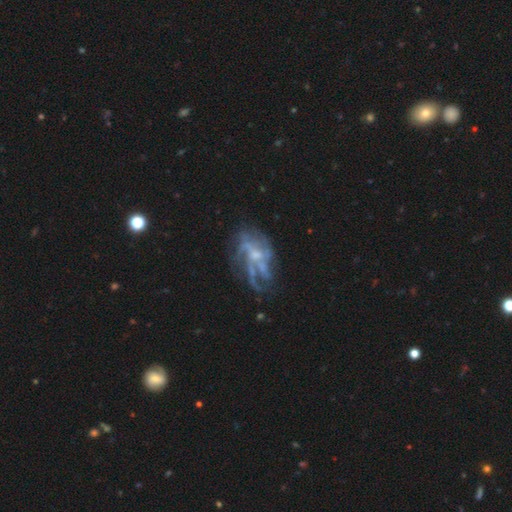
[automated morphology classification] smooth-or-featured: featured or disk: 79% | star or artifact: 11% | smooth: 10%
  disk-edge-on: no: 97% | yes: 3%
    bar: no: 57% | weak: 34% | strong: 9%
    has-spiral-arms: yes: 80% | no: 20%
      spiral-winding: medium: 40% | loose: 35% | tight: 24%
      spiral-arm-count: can't tell: 35% | 4: 20% | 3: 19% | 2: 11% | more than 4: 8% | 1: 7%
    bulge-size: small: 47% | moderate: 33% | none: 16% | large: 3% | dominant: 1%
  merging: none: 48% | major disturbance: 28% | minor disturbance: 19% | merger: 5%